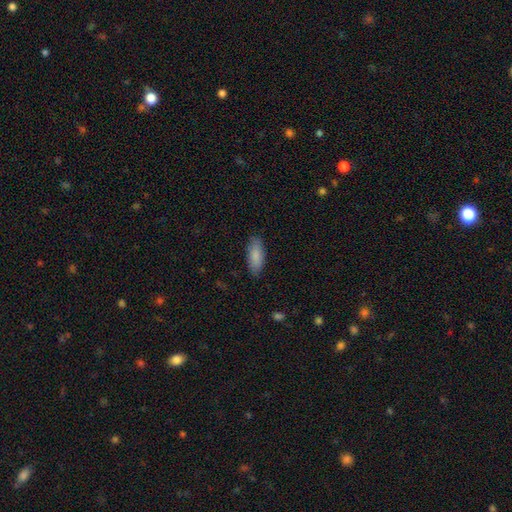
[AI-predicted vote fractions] Smooth or featured: smooth — 87% (featured or disk — 7%)
How rounded: in between — 75% (cigar-shaped — 23%)
Merging: none — 85% (minor disturbance — 12%)